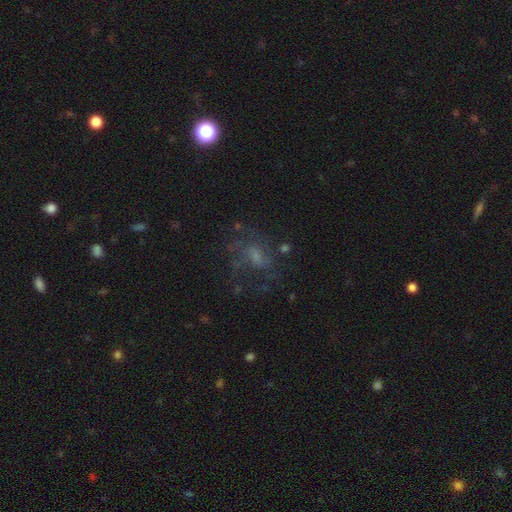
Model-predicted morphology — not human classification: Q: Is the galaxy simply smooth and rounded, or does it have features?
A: featured or disk — 52%.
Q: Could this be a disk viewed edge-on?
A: no — 96%.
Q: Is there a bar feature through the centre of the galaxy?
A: no — 57%.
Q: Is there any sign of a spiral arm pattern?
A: yes — 66%.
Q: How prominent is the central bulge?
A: small — 40%.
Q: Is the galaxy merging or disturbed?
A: none — 52%.